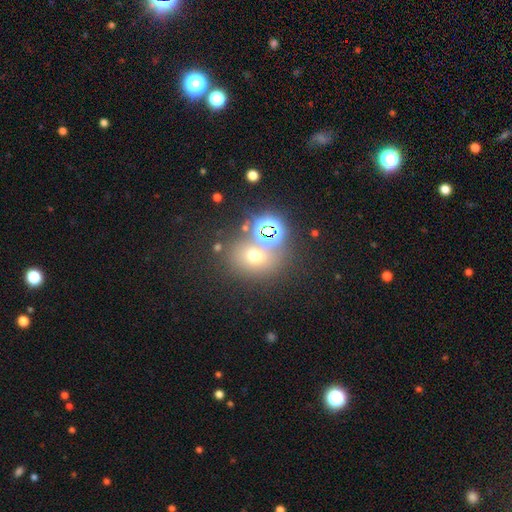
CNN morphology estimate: type=smooth (55%); roundness=round (65%); merging=none (63%).